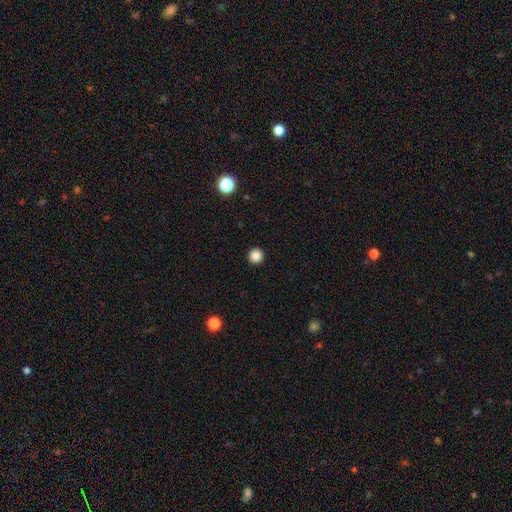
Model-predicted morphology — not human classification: Q: Smooth or featured?
A: smooth (86%); runner-up: star or artifact (11%)
Q: How rounded?
A: round (96%); runner-up: in between (3%)
Q: Merging?
A: none (94%); runner-up: minor disturbance (4%)